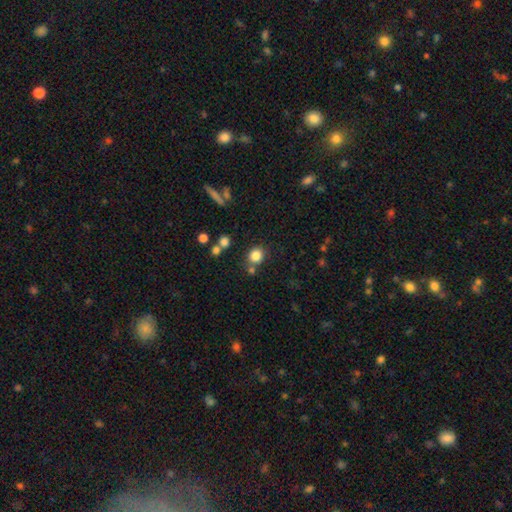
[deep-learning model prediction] The model was most divided on "merging": none: 72%, merger: 14%, minor disturbance: 10%, major disturbance: 4%. More confident: smooth or featured — smooth (82%); how rounded — round (81%).